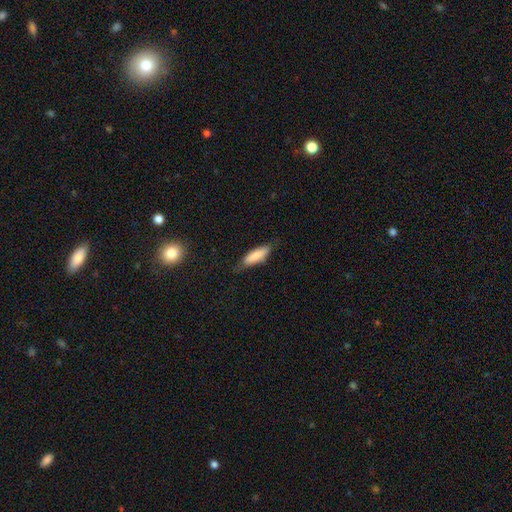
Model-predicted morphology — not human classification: A smooth galaxy with no disk features (83%) that is in between round and cigar-shaped (50%). Merging: none (71%).